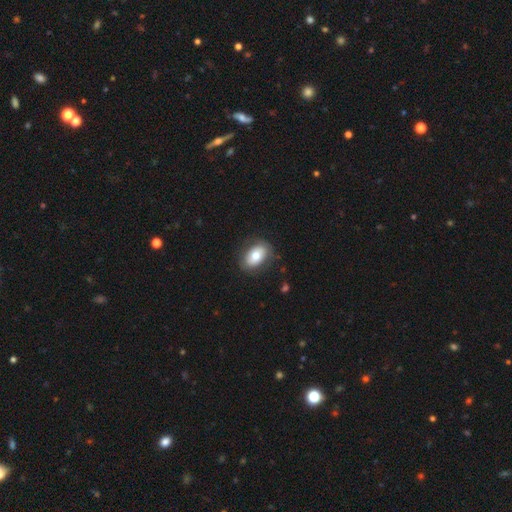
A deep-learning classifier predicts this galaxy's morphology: Smooth or featured? smooth (70%)
How rounded? in between (86%)
Merging? none (81%)